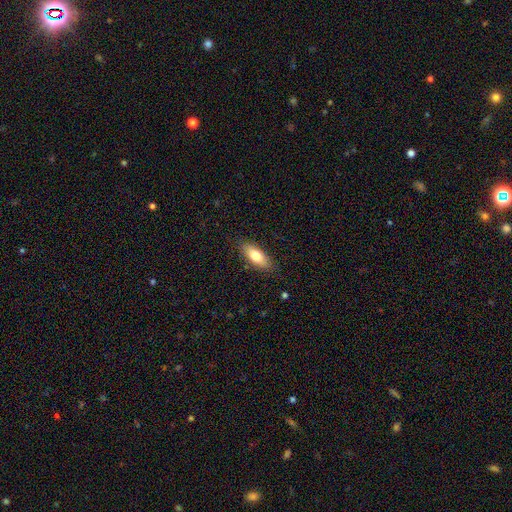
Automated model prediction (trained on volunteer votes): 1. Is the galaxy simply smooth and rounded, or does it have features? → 77% smooth, 17% featured or disk, 7% star or artifact.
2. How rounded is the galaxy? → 80% in between, 17% cigar-shaped, 2% round.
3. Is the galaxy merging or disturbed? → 84% none, 12% minor disturbance, 3% major disturbance, 1% merger.